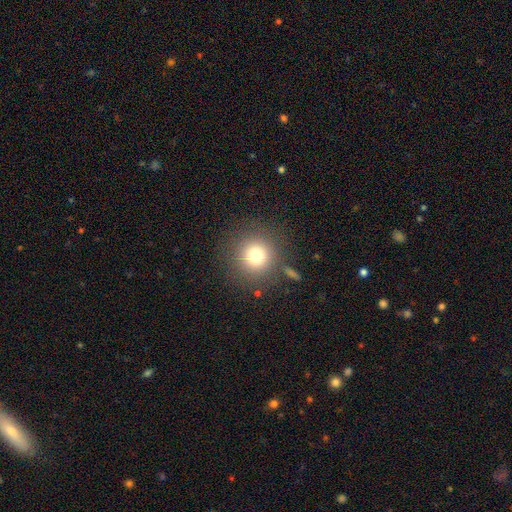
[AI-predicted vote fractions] The model was most divided on "smooth or featured": smooth: 76%, star or artifact: 14%, featured or disk: 10%. More confident: how rounded — round (94%); merging — none (85%).